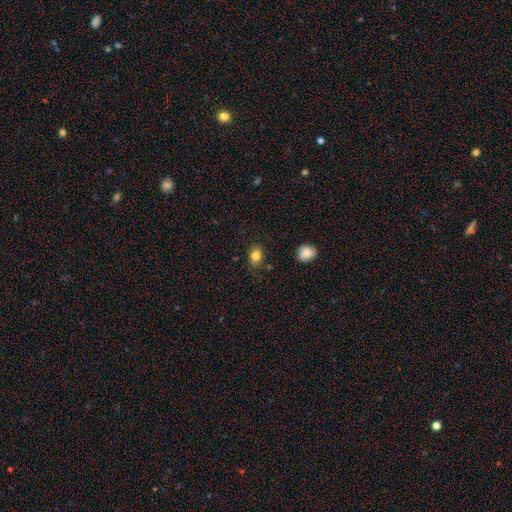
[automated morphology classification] Smooth or featured? Predicted: smooth (p=0.83). How rounded? Predicted: in between (p=0.74). Merging? Predicted: none (p=0.81).